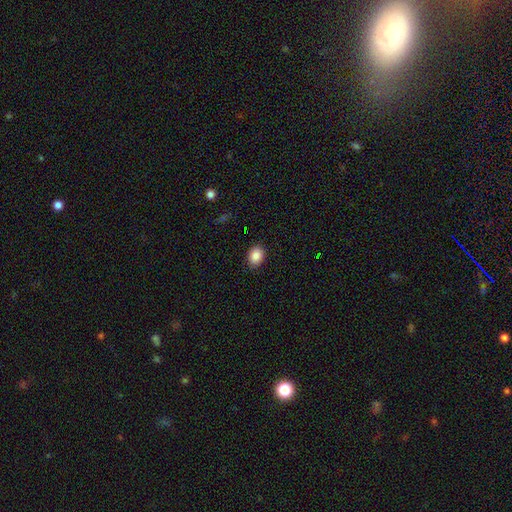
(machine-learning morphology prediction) Overall: smooth (87%). How rounded: in between (65%; round 34%). Merging: none (87%).